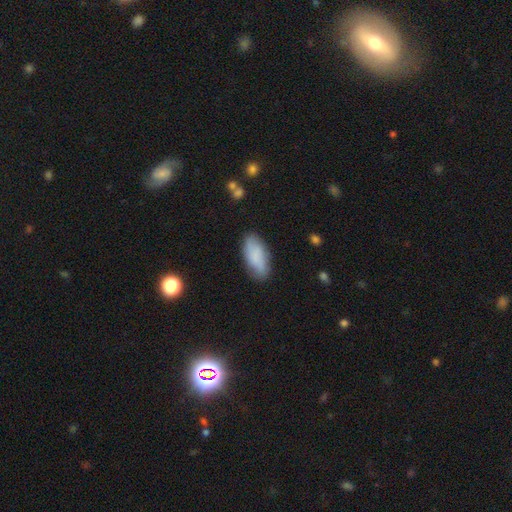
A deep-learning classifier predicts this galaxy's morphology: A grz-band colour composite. It shows a smooth galaxy with no disk features (78%) that is in between round and cigar-shaped (90%). Merging: none (79%).